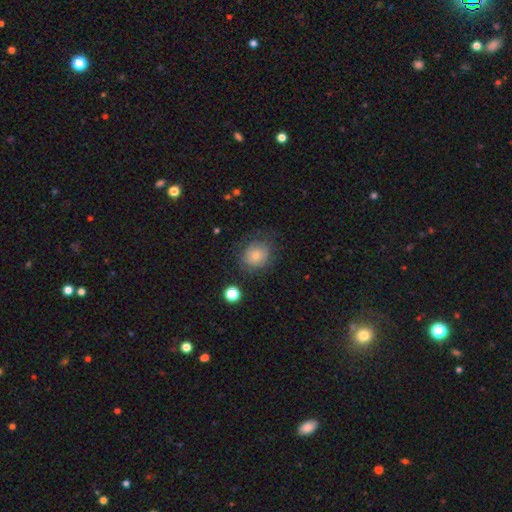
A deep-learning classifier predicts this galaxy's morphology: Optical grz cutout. It shows a smooth galaxy with no disk features (63%) that is round (74%). Merging: none (68%).